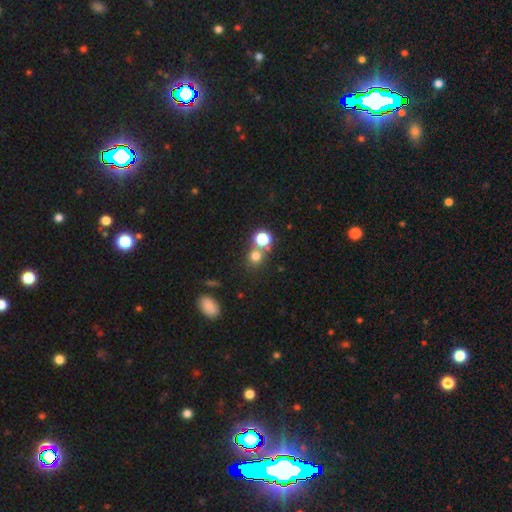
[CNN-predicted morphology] Smooth or featured?
  - smooth: 74% *
  - star or artifact: 18%
  - featured or disk: 8%
How rounded?
  - round: 83% *
  - in between: 16%
  - cigar-shaped: 1%
Merging?
  - none: 58% *
  - merger: 31%
  - minor disturbance: 7%
  - major disturbance: 4%